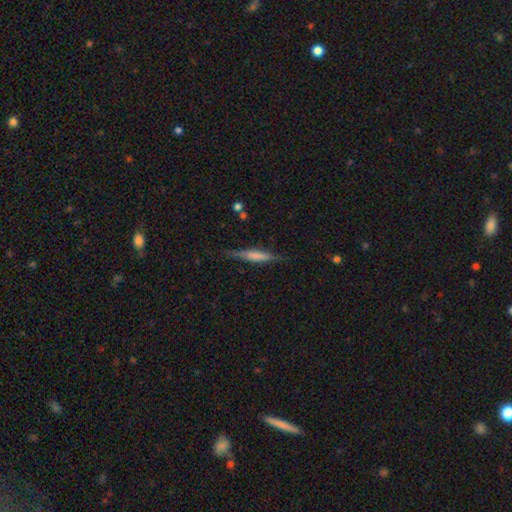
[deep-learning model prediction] Smooth or featured? Predicted: featured or disk (p=0.51). Edge-on disk? Predicted: yes (p=0.96). Merging? Predicted: none (p=0.85).